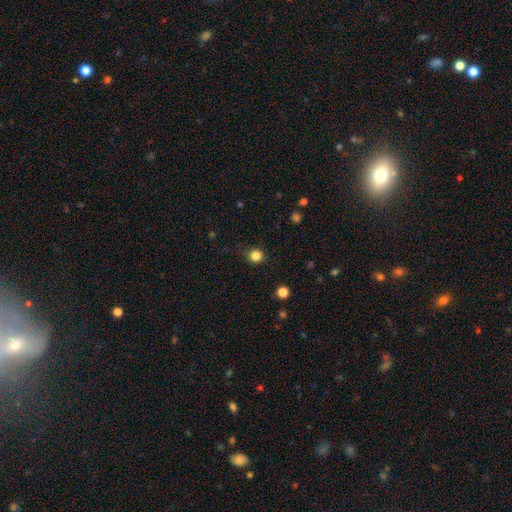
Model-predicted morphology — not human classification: smooth-or-featured: smooth: 83% | star or artifact: 13% | featured or disk: 4%
  how-rounded: round: 89% | in between: 10% | cigar-shaped: 1%
  merging: none: 86% | minor disturbance: 10% | major disturbance: 3% | merger: 1%